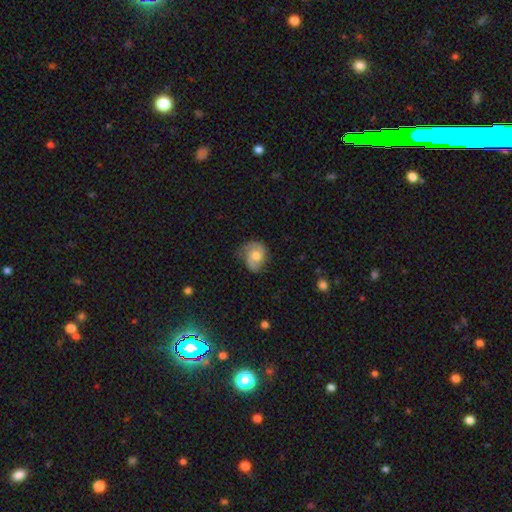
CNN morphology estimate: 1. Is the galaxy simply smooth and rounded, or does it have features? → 62% featured or disk, 31% smooth, 7% star or artifact.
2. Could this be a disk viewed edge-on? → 97% no, 3% yes.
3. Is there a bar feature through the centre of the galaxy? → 74% no, 23% weak, 3% strong.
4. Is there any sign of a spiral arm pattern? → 90% yes, 10% no.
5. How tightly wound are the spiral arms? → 43% medium, 35% tight, 22% loose.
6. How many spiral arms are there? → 72% 2, 12% 1, 10% can't tell, 3% 3, 1% 4, 1% more than 4.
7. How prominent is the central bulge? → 68% moderate, 19% small, 10% large, 2% none, 1% dominant.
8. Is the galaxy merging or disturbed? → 57% none, 29% minor disturbance, 13% major disturbance, 1% merger.